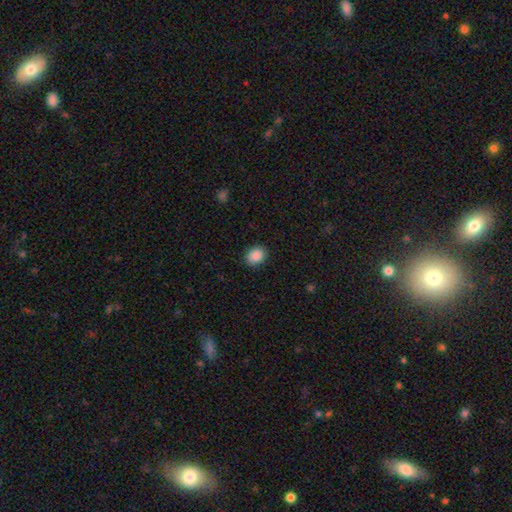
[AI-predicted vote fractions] This appears to be a smooth galaxy with no disk features (89%) that is in between round and cigar-shaped (51%). Merging: none (89%).